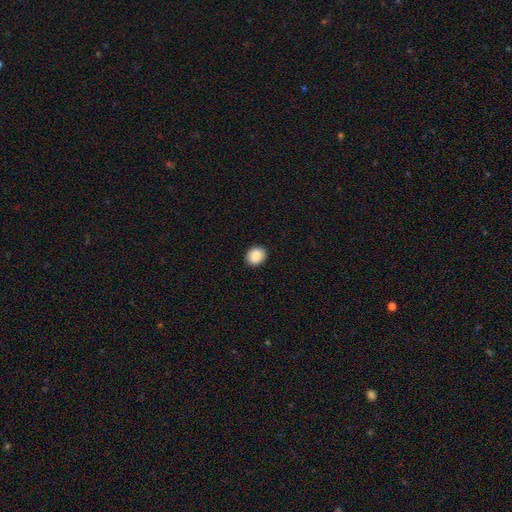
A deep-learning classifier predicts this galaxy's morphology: smooth 88%, star or artifact 8%, featured or disk 4%. Down the decision tree: how rounded — round (54%); merging — none (90%).